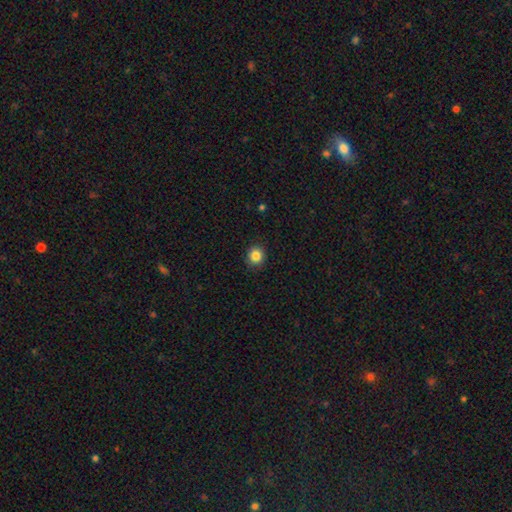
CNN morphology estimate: type=smooth (84%); roundness=round (88%); merging=none (91%).